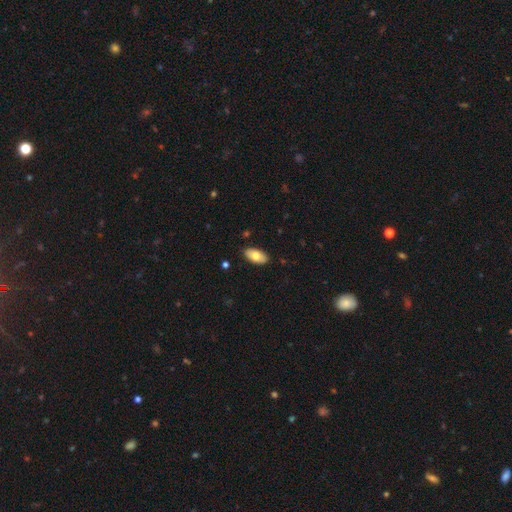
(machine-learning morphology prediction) Smooth or featured? Predicted: smooth (p=0.75). How rounded? Predicted: in between (p=0.94). Merging? Predicted: none (p=0.88).